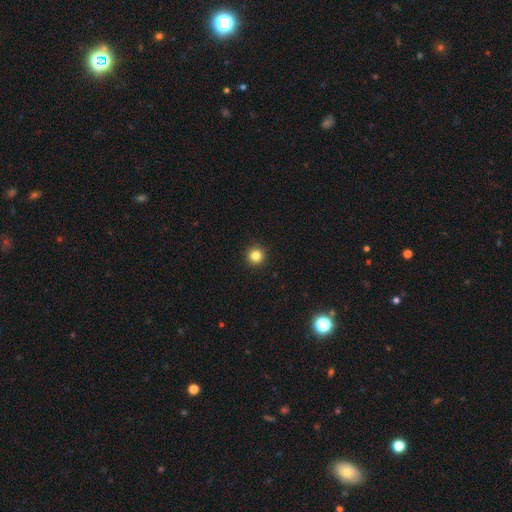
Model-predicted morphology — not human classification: Smooth or featured?
  - smooth: 83% *
  - star or artifact: 12%
  - featured or disk: 5%
How rounded?
  - round: 96% *
  - in between: 3%
  - cigar-shaped: 1%
Merging?
  - none: 94% *
  - minor disturbance: 4%
  - major disturbance: 1%
  - merger: 1%